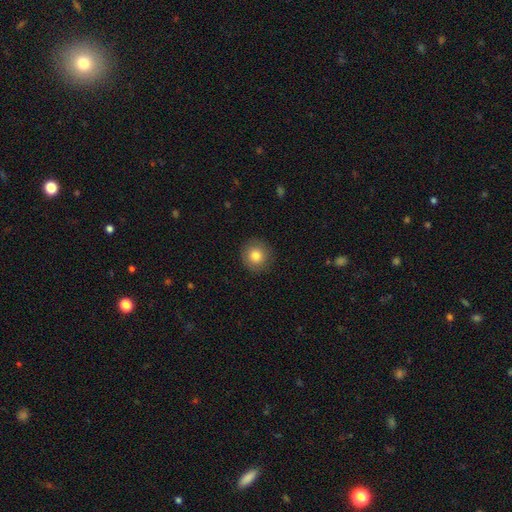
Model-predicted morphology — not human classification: Overall: smooth (81%). How rounded: round (94%). Merging: none (90%).